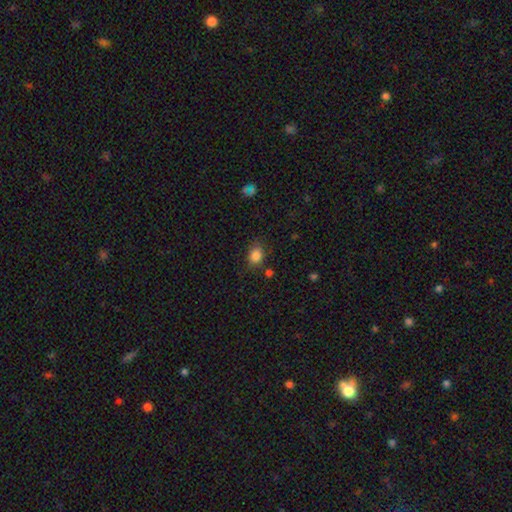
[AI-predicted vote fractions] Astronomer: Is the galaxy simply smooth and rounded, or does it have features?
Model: smooth — 84%.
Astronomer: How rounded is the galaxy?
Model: in between — 54% (runner-up: round, 45%).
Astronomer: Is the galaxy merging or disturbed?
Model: none — 75%.